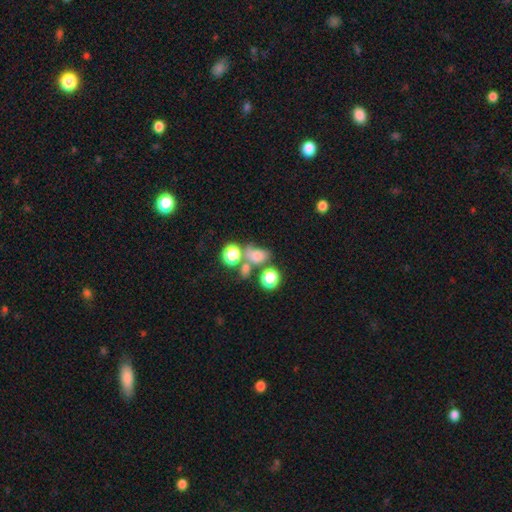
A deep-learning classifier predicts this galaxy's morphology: This is likely a smooth galaxy (68%). How rounded: possibly in between (58%). Merging: marginally none (37%).